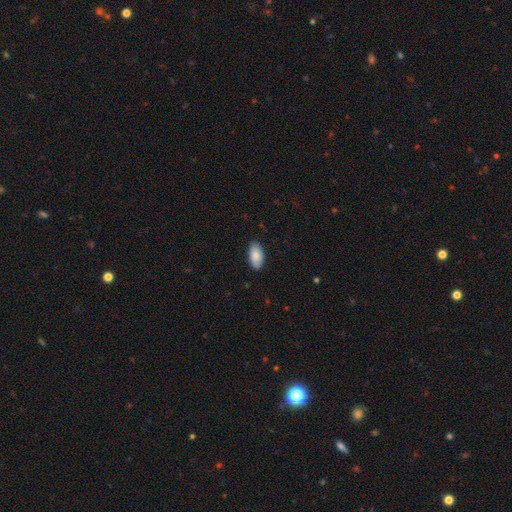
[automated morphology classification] This is clearly a smooth galaxy (85%). How rounded: clearly in between (95%). Merging: clearly none (84%).